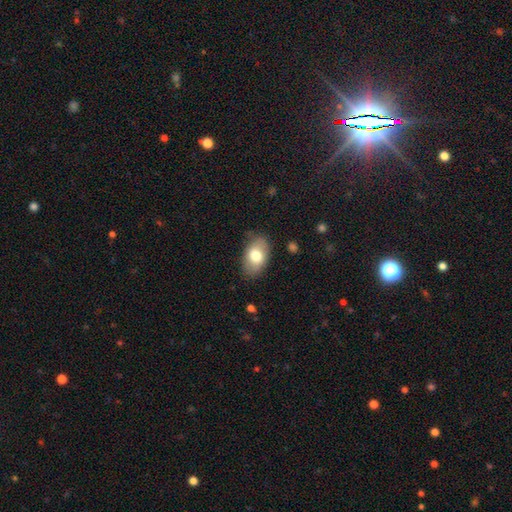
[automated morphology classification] This is likely a smooth galaxy (75%). How rounded: clearly in between (91%). Merging: clearly none (80%).